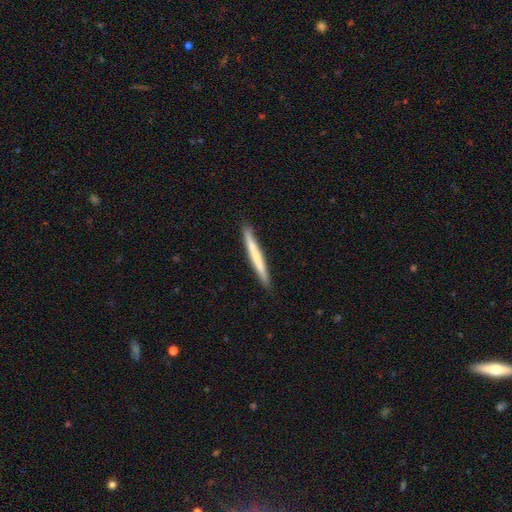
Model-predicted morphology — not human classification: The model was most divided on "smooth or featured": smooth: 59%, featured or disk: 36%, star or artifact: 5%. More confident: how rounded — cigar-shaped (97%); merging — none (90%).